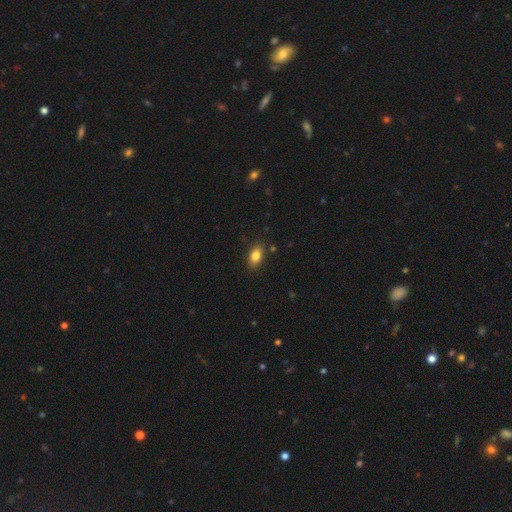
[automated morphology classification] Smooth or featured?
  - smooth: 83% *
  - star or artifact: 9%
  - featured or disk: 8%
How rounded?
  - in between: 88% *
  - round: 8%
  - cigar-shaped: 4%
Merging?
  - none: 84% *
  - minor disturbance: 12%
  - major disturbance: 3%
  - merger: 2%